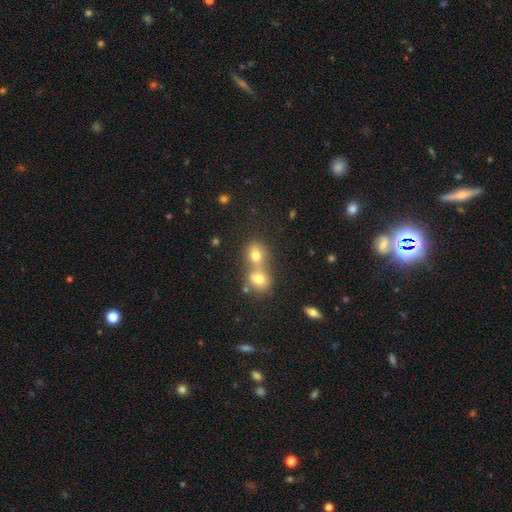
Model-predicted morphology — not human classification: Smooth or featured?
  - smooth: 74% *
  - star or artifact: 13%
  - featured or disk: 12%
How rounded?
  - round: 67% *
  - in between: 32%
  - cigar-shaped: 1%
Merging?
  - merger: 60% *
  - none: 32%
  - minor disturbance: 6%
  - major disturbance: 3%